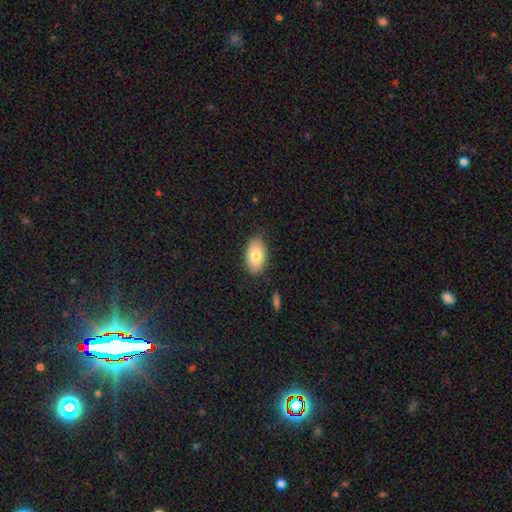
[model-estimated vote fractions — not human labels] smooth-or-featured: smooth: 79% | featured or disk: 14% | star or artifact: 7%
  how-rounded: in between: 93% | round: 6% | cigar-shaped: 2%
  merging: none: 82% | minor disturbance: 14% | major disturbance: 3% | merger: 1%